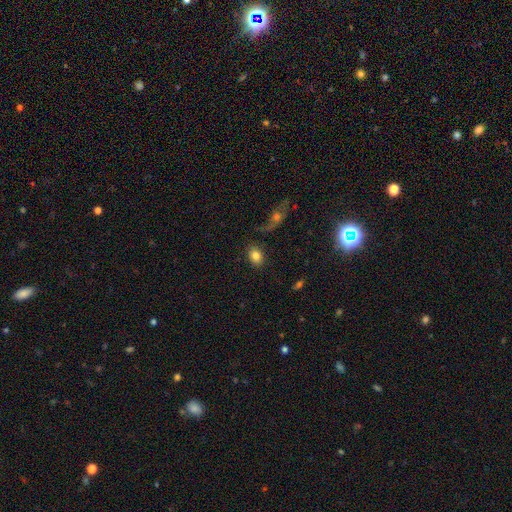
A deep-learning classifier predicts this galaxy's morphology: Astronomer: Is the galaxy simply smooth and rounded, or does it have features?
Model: smooth — 82%.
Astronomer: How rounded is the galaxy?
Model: in between — 69%.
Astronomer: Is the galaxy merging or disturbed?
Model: none — 82%.